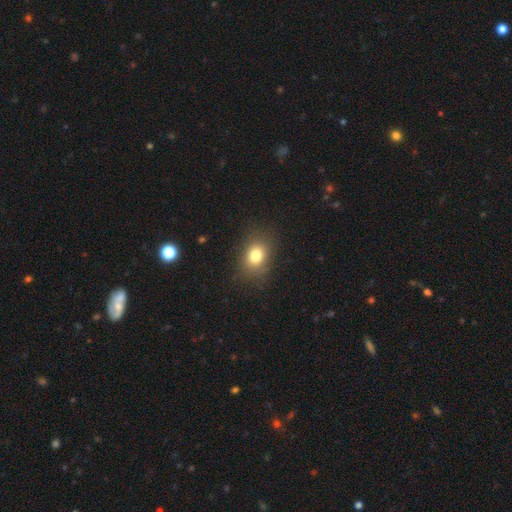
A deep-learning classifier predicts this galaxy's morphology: type=smooth (78%); roundness=in between (57%); merging=none (80%).